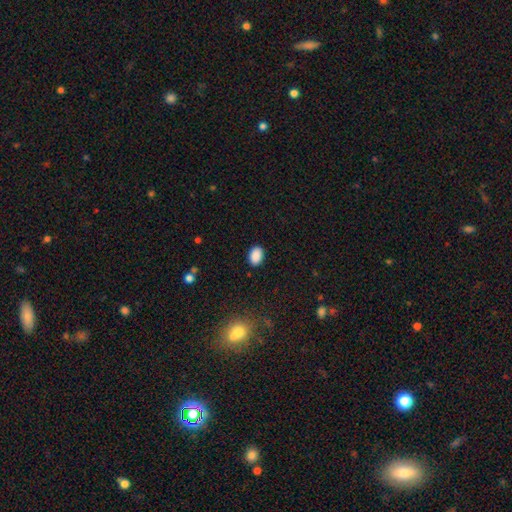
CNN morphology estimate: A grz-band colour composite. It shows a smooth galaxy with no disk features (89%) that is in between round and cigar-shaped (83%). Merging: none (89%).